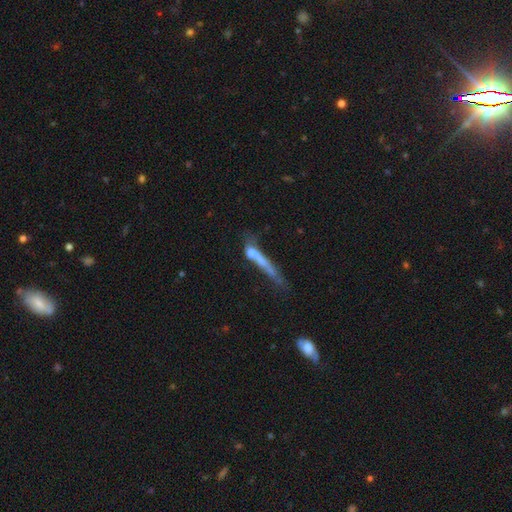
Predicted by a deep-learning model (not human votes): Smooth or featured? Predicted: smooth (p=0.46). Merging? Predicted: merger (p=0.30).